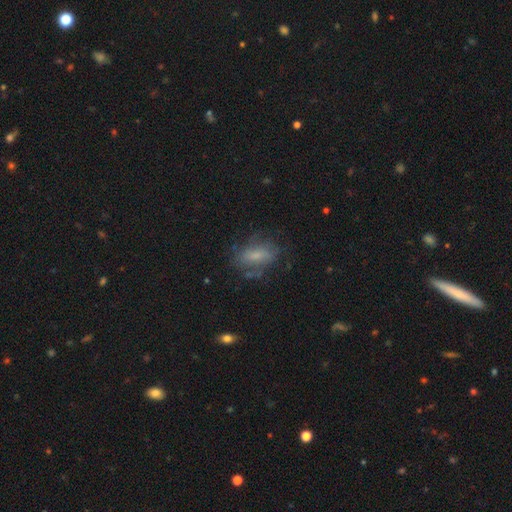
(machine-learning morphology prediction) A smooth galaxy with no disk features (49%).

Vote fractions:
- Smooth or featured? smooth: 49% / featured or disk: 40% / star or artifact: 10%
- Merging? none: 59% / minor disturbance: 23% / major disturbance: 15% / merger: 3%